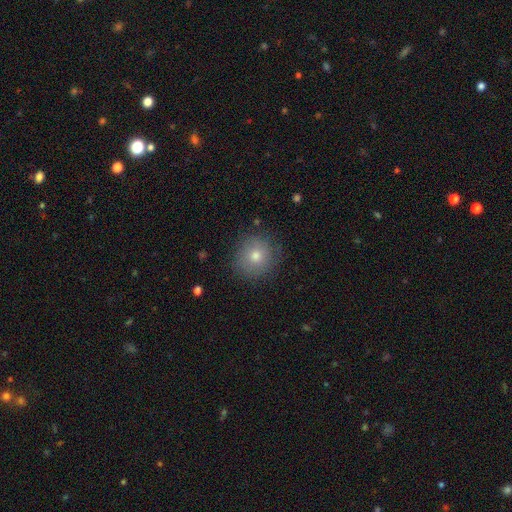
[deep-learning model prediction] Smooth or featured? smooth (72%)
How rounded? round (91%)
Merging? none (84%)